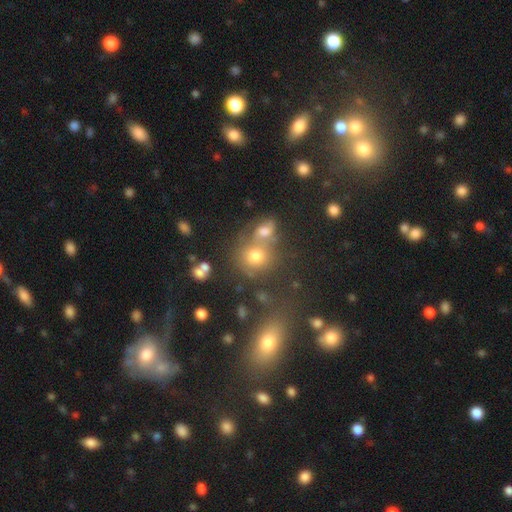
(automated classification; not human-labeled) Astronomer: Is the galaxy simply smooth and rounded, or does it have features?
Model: smooth — 67%.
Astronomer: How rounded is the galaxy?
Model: round — 74%.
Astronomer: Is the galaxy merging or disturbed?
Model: none — 47% (runner-up: merger, 38%).